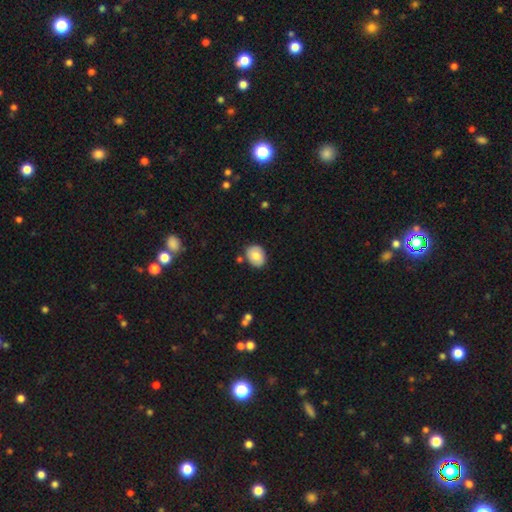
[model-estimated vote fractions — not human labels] Morphology: type=smooth (76%); roundness=in between (56%); merging=none (81%).